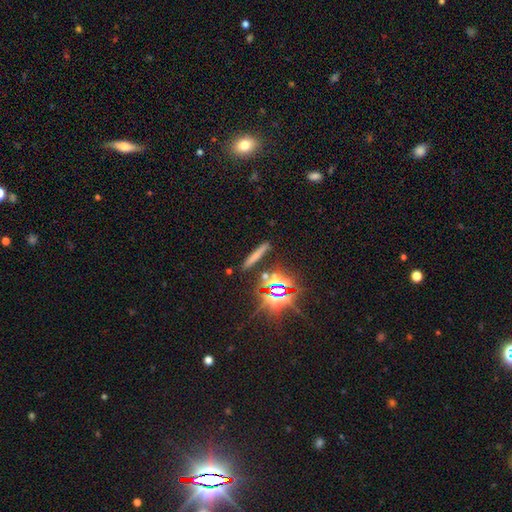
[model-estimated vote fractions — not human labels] Smooth or featured: smooth — 56% (star or artifact — 25%)
How rounded: cigar-shaped — 90% (in between — 6%)
Merging: none — 86% (minor disturbance — 8%)